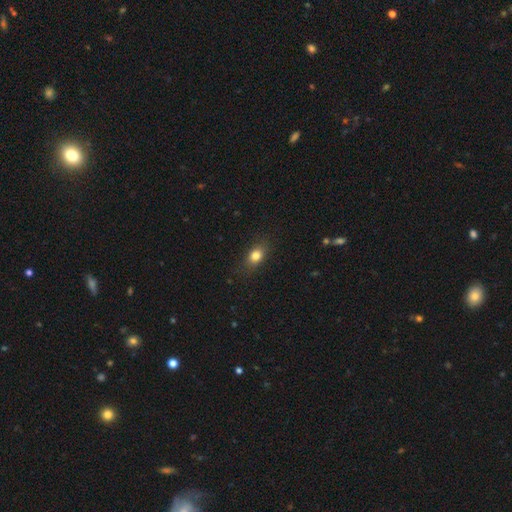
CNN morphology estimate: Smooth or featured?
  - smooth: 81% *
  - star or artifact: 9%
  - featured or disk: 9%
How rounded?
  - in between: 71% *
  - round: 24%
  - cigar-shaped: 5%
Merging?
  - none: 81% *
  - minor disturbance: 14%
  - major disturbance: 4%
  - merger: 1%